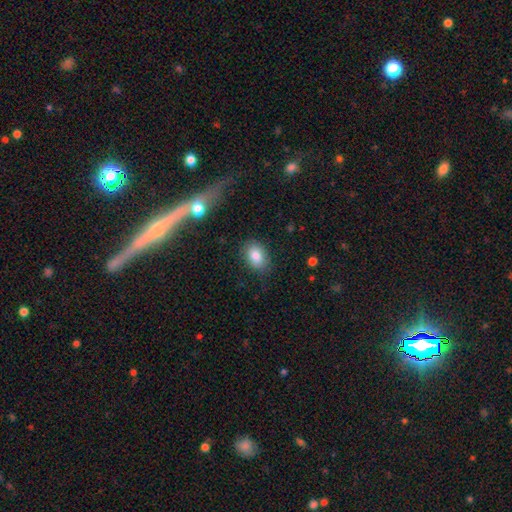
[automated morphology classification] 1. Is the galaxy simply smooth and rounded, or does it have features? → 83% smooth, 9% star or artifact, 8% featured or disk.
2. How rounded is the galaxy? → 77% in between, 21% round, 1% cigar-shaped.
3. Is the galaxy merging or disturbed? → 81% none, 14% minor disturbance, 4% major disturbance, 2% merger.